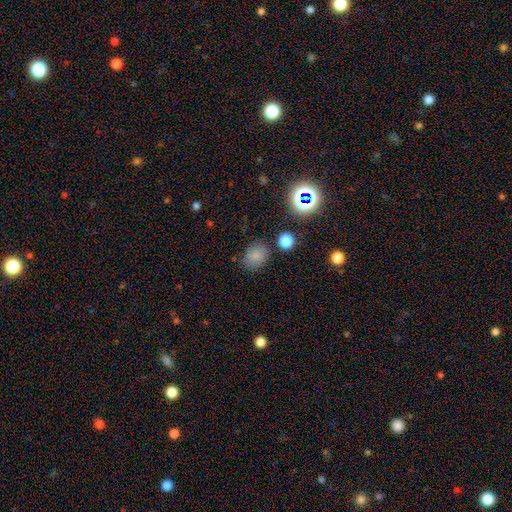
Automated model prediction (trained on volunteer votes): This appears to be a smooth galaxy with no disk features (77%) that is in between round and cigar-shaped (53%). Merging: none (78%).